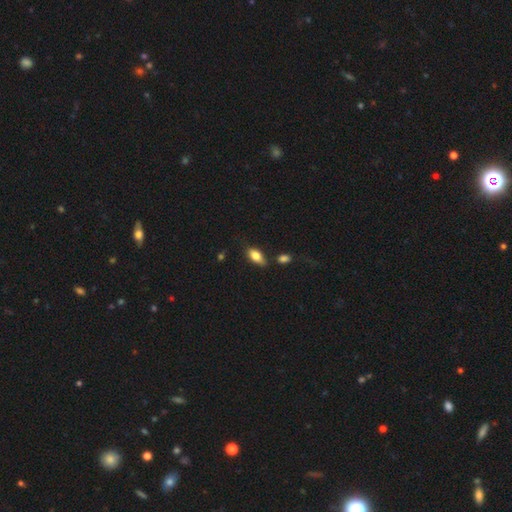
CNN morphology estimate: Overall: smooth (78%). How rounded: in between (88%). Merging: none (64%).